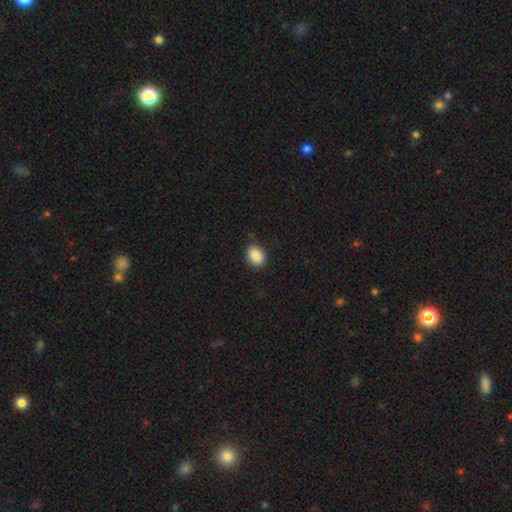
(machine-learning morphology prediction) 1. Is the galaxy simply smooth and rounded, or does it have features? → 89% smooth, 8% star or artifact, 3% featured or disk.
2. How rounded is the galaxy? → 71% in between, 28% round, 1% cigar-shaped.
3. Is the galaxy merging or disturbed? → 84% none, 12% minor disturbance, 3% major disturbance, 1% merger.